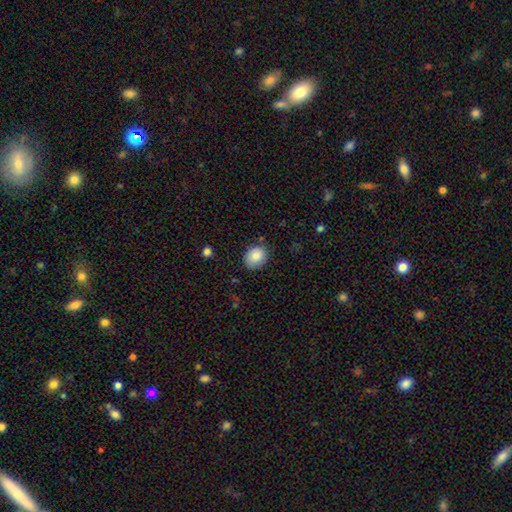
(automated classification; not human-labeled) smooth 86%, star or artifact 8%, featured or disk 6%. Down the decision tree: how rounded — round (57%); merging — none (80%).